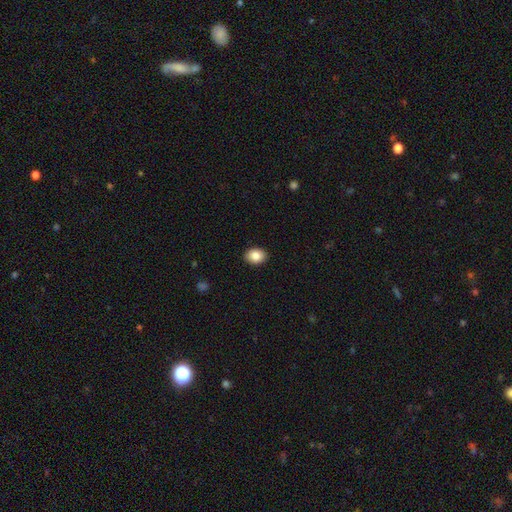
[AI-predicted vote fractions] Smooth or featured? Predicted: smooth (p=0.87). How rounded? Predicted: in between (p=0.68). Merging? Predicted: none (p=0.90).